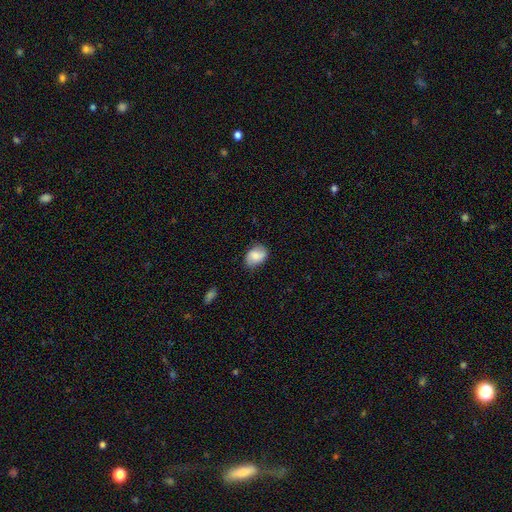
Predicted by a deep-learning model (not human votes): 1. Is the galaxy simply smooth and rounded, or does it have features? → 70% smooth, 22% featured or disk, 8% star or artifact.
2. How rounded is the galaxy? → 77% in between, 22% round, 1% cigar-shaped.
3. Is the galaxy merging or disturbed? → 74% none, 21% minor disturbance, 4% major disturbance, 1% merger.